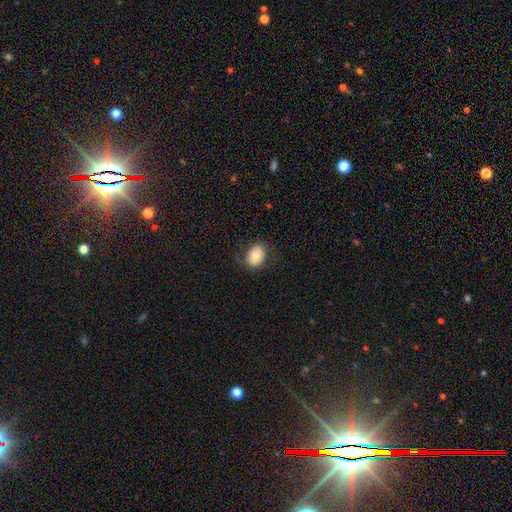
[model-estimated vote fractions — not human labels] This is likely a smooth galaxy (73%). How rounded: likely in between (64%). Merging: likely none (75%).